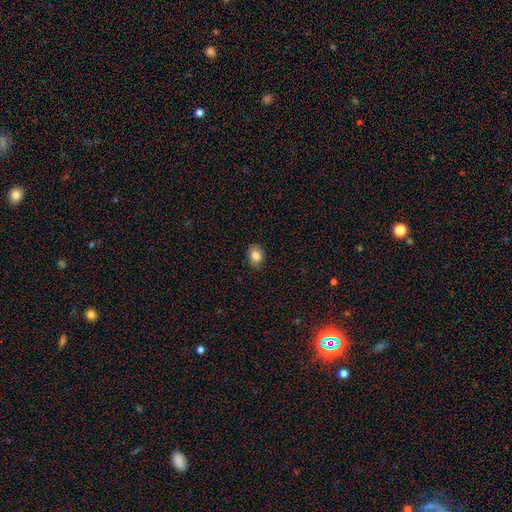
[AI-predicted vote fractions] A smooth galaxy with no disk features (84%) that is in between round and cigar-shaped (59%). Merging: none (81%).